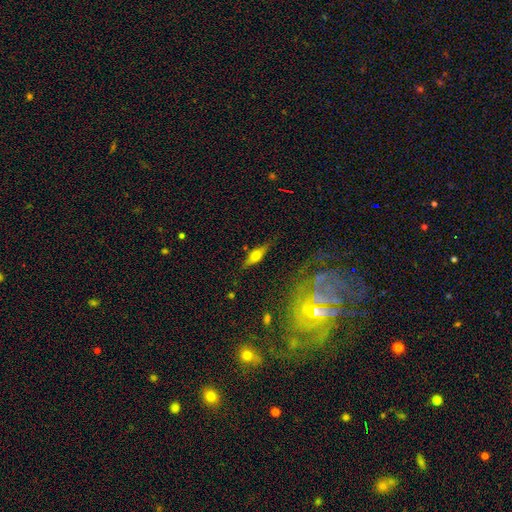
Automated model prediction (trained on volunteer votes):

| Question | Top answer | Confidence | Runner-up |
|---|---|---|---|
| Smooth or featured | featured or disk | 50% | smooth (42%) |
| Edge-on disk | yes | 81% | no (19%) |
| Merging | none | 80% | minor disturbance (14%) |